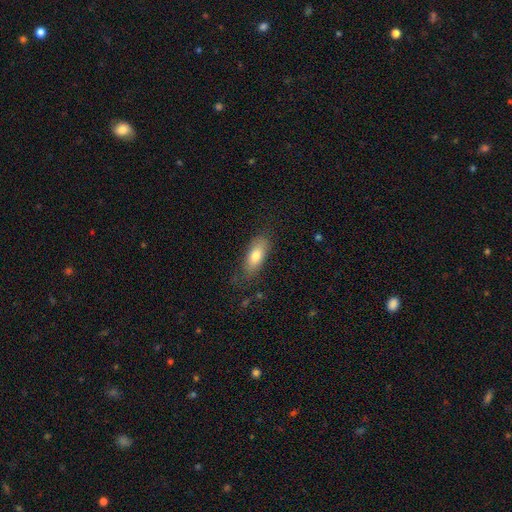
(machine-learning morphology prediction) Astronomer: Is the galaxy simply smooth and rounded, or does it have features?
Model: smooth — 77%.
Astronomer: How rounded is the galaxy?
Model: in between — 81%.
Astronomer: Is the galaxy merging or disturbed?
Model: none — 71%.